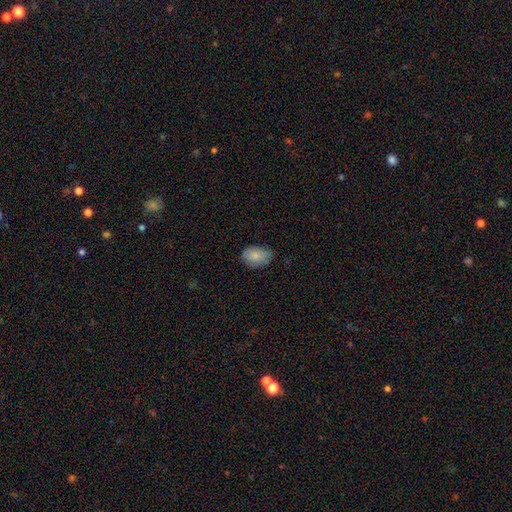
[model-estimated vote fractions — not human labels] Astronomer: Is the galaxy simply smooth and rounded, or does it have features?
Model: smooth — 83%.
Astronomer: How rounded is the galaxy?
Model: in between — 81%.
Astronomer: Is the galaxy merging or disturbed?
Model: none — 64%.